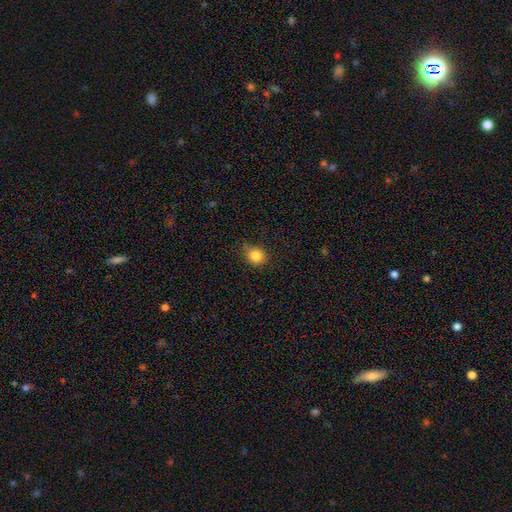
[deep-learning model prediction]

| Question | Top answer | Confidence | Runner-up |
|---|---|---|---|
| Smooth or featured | smooth | 83% | star or artifact (11%) |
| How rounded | round | 79% | in between (21%) |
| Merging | none | 75% | minor disturbance (20%) |